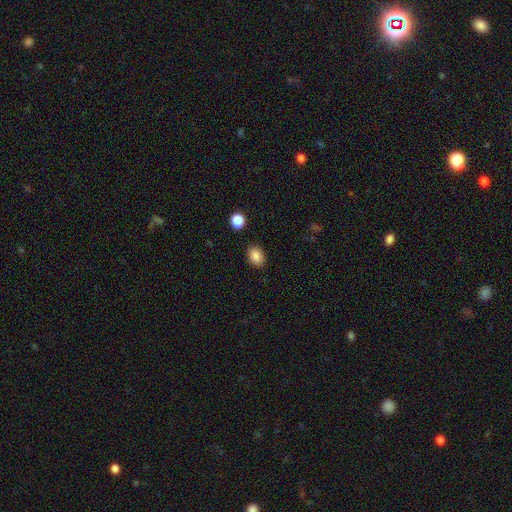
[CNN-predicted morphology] Smooth or featured?
  - smooth: 86% *
  - star or artifact: 9%
  - featured or disk: 5%
How rounded?
  - in between: 73% *
  - round: 26%
  - cigar-shaped: 1%
Merging?
  - none: 87% *
  - minor disturbance: 9%
  - major disturbance: 2%
  - merger: 2%